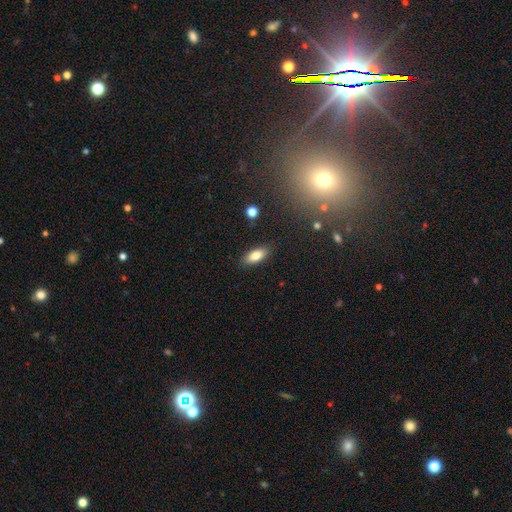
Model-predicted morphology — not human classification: This is clearly a smooth galaxy (82%). How rounded: clearly in between (81%). Merging: clearly none (87%).